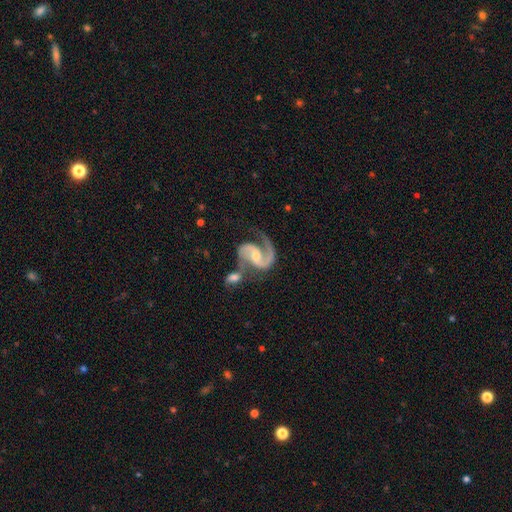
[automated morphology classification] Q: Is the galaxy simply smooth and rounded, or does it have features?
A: featured or disk — 92%.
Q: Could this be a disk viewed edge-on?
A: no — 98%.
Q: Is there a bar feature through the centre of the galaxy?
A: weak — 44%.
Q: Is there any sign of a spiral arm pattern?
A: yes — 98%.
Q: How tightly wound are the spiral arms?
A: medium — 60%.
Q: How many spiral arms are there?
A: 2 — 87%.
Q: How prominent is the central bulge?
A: moderate — 50%.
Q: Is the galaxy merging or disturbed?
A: none — 41%.